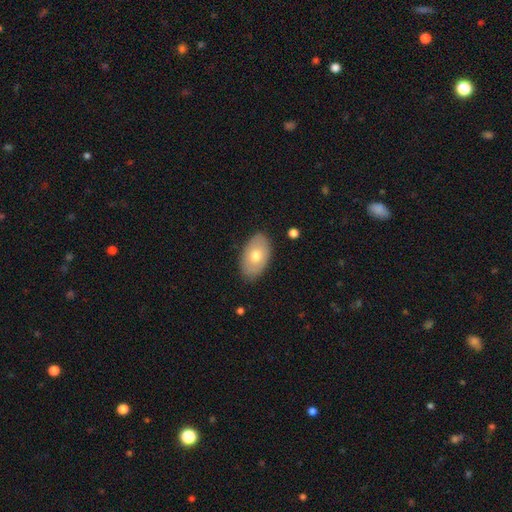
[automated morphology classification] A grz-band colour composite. It shows a smooth galaxy with no disk features (67%) that is in between round and cigar-shaped (92%). Merging: none (84%).